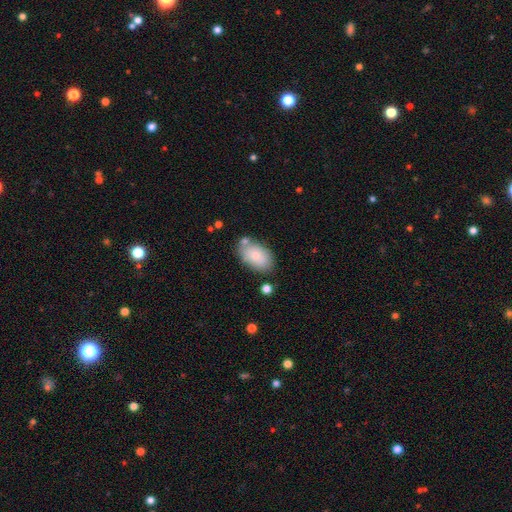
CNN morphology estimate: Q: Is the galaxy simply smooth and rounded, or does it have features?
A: smooth — 80%.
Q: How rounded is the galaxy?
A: in between — 93%.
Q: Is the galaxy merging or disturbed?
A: none — 71%.